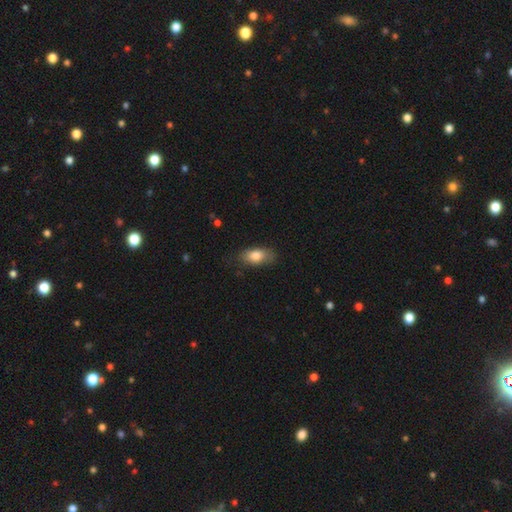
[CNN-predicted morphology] The model was most divided on "merging": none: 76%, minor disturbance: 19%, major disturbance: 4%, merger: 1%. More confident: how rounded — in between (87%); smooth or featured — smooth (81%).